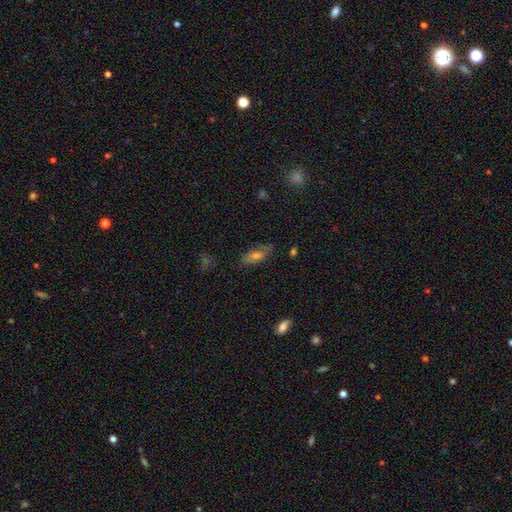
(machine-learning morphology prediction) smooth-or-featured: smooth: 50% | featured or disk: 36% | star or artifact: 14%
  merging: none: 77% | minor disturbance: 16% | major disturbance: 5% | merger: 2%